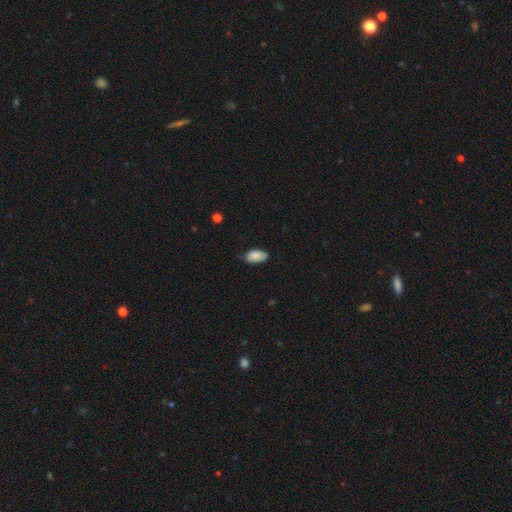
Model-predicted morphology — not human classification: This is clearly a smooth galaxy (86%). How rounded: clearly in between (94%). Merging: likely none (74%).